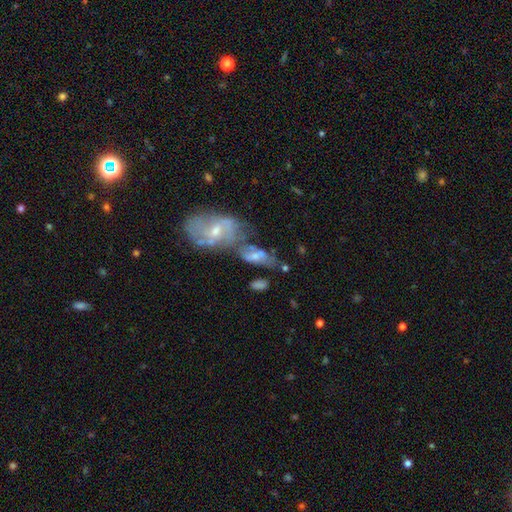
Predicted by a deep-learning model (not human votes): Smooth or featured: featured or disk — 48% (smooth — 43%)
Merging: merger — 45% (none — 25%)